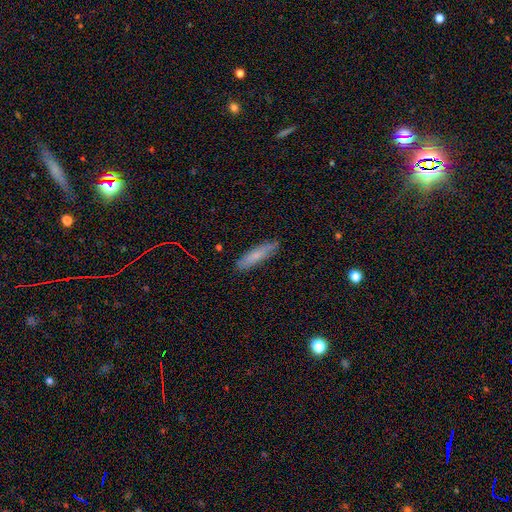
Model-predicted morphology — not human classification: Smooth or featured? Predicted: smooth (p=0.70). How rounded? Predicted: cigar-shaped (p=0.79). Merging? Predicted: none (p=0.86).